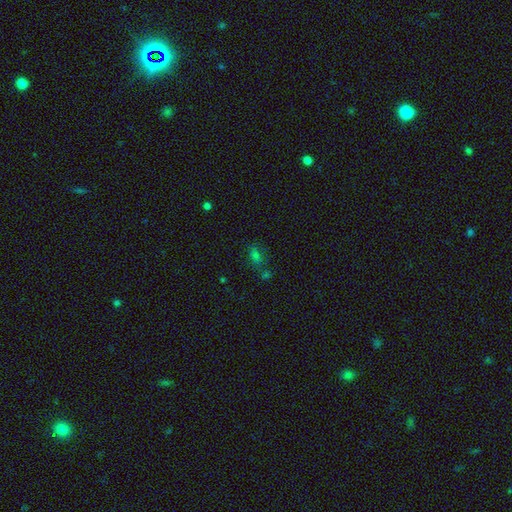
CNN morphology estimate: This is possibly a smooth galaxy (51%). How rounded: likely in between (74%). Merging: possibly none (60%).